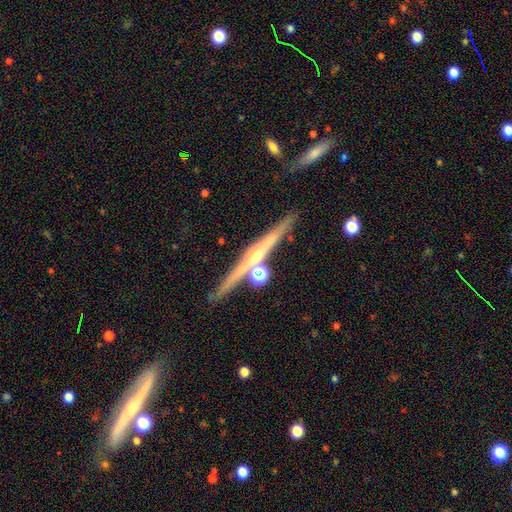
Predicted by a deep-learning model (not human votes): Smooth or featured? featured or disk (73%)
Edge-on disk? yes (97%)
Edge-on bulge? rounded (74%)
Merging? none (79%)